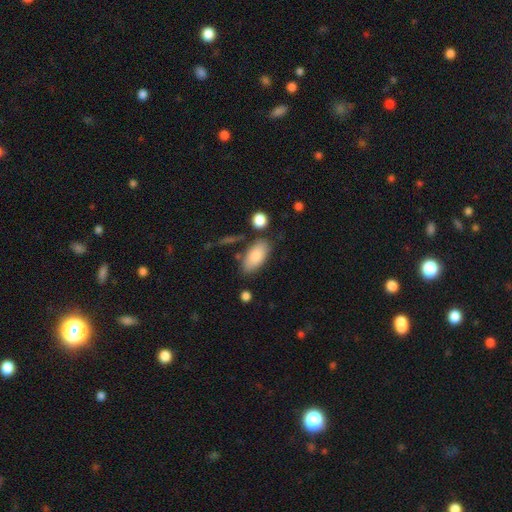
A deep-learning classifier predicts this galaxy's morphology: A smooth galaxy with no disk features (84%) that is in between round and cigar-shaped (91%). Merging: none (74%).